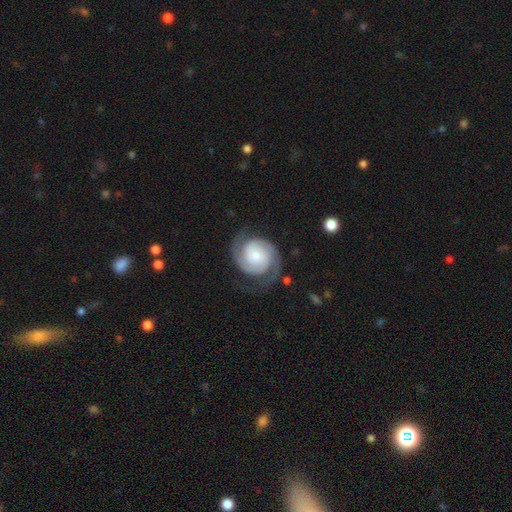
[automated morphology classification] Smooth or featured?
  - featured or disk: 88% *
  - smooth: 7%
  - star or artifact: 5%
Edge-on disk?
  - no: 98% *
  - yes: 2%
Bar?
  - no: 68% *
  - weak: 24%
  - strong: 8%
Spiral arms?
  - yes: 98% *
  - no: 2%
Spiral winding?
  - tight: 55% *
  - medium: 37%
  - loose: 8%
Spiral arm count?
  - 2: 92% *
  - can't tell: 3%
  - 3: 2%
  - 1: 2%
  - 4: 1%
  - more than 4: 1%
Bulge size?
  - small: 54% *
  - moderate: 35%
  - large: 6%
  - none: 4%
  - dominant: 2%
Merging?
  - none: 76% *
  - minor disturbance: 14%
  - major disturbance: 8%
  - merger: 1%